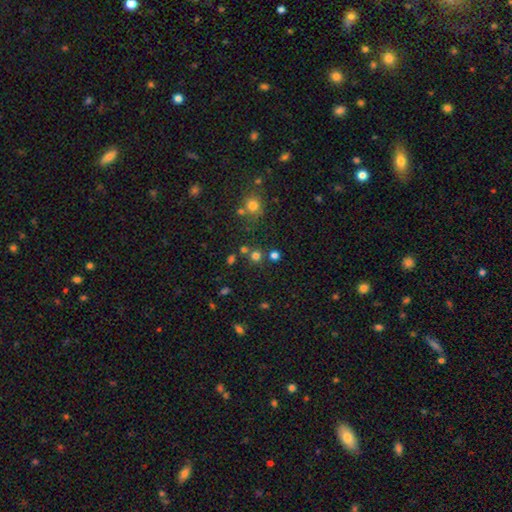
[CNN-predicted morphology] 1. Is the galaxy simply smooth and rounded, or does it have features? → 69% smooth, 24% star or artifact, 7% featured or disk.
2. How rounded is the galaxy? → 91% round, 8% in between, 1% cigar-shaped.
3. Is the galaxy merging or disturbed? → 74% none, 15% merger, 8% minor disturbance, 3% major disturbance.